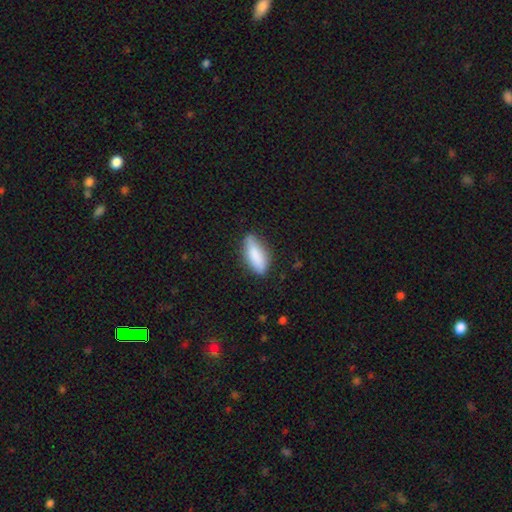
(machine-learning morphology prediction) smooth-or-featured: smooth: 82% | featured or disk: 12% | star or artifact: 6%
  how-rounded: in between: 65% | cigar-shaped: 33% | round: 2%
  merging: none: 76% | minor disturbance: 18% | major disturbance: 4% | merger: 2%